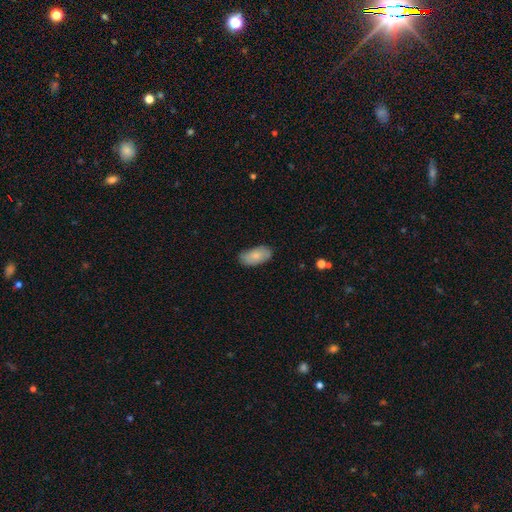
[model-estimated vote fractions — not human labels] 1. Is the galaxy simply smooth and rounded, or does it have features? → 82% smooth, 12% featured or disk, 6% star or artifact.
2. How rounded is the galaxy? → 94% in between, 4% cigar-shaped, 3% round.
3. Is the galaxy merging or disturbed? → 82% none, 14% minor disturbance, 2% major disturbance, 1% merger.